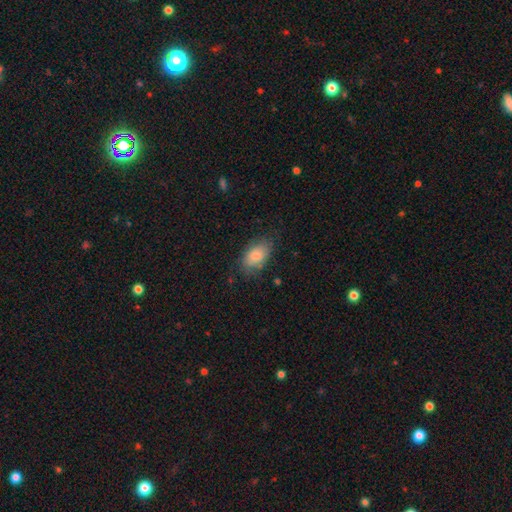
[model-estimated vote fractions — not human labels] Overall: smooth (81%). How rounded: in between (91%). Merging: none (72%).